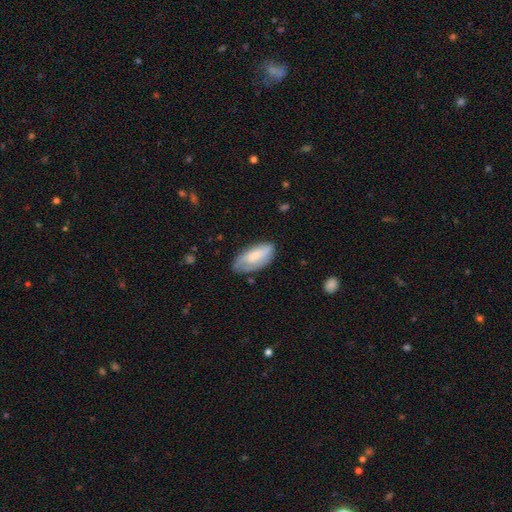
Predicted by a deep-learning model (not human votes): This appears to be a smooth galaxy with no disk features (65%) that is in between round and cigar-shaped (88%). Merging: none (59%).